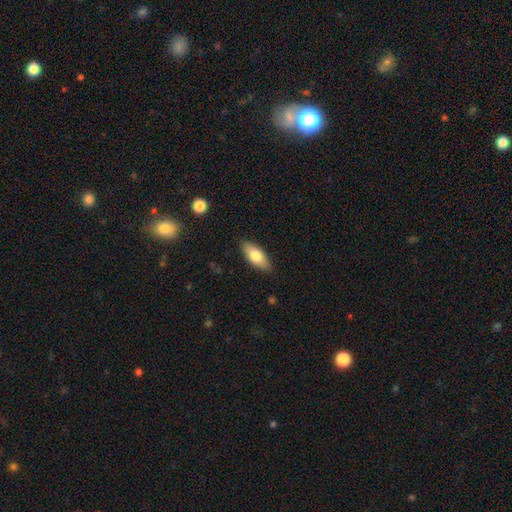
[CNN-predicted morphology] This appears to be a smooth galaxy with no disk features (75%) that is in between round and cigar-shaped (83%). Merging: none (87%).